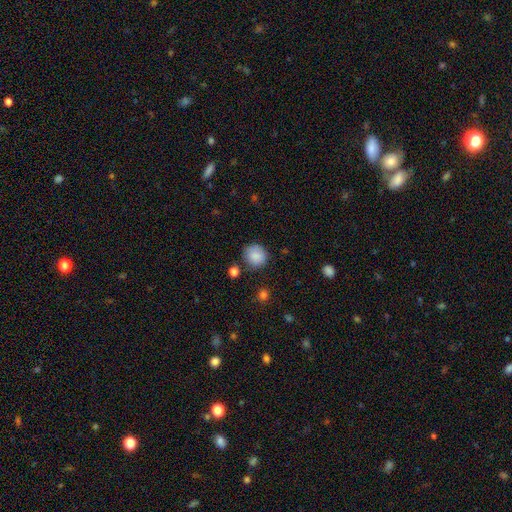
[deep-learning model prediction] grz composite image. It shows a smooth galaxy with no disk features (86%) that is round (88%). Merging: none (80%).